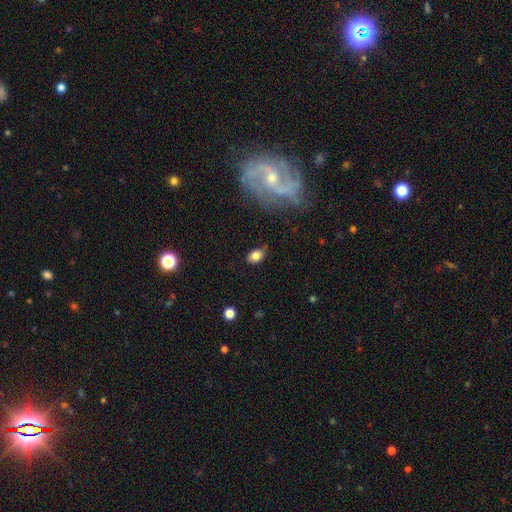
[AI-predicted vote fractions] This appears to be a smooth galaxy with no disk features (82%) that is in between round and cigar-shaped (81%). Merging: none (76%).